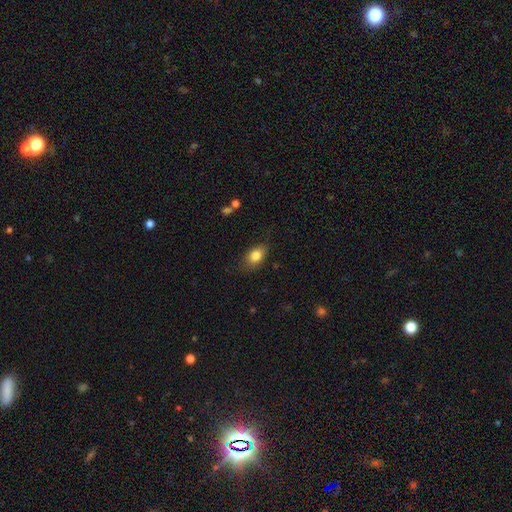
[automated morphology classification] A smooth galaxy with no disk features (82%) that is in between round and cigar-shaped (81%).

Vote fractions:
- Smooth or featured? smooth: 82% / featured or disk: 9% / star or artifact: 8%
- How rounded? in between: 81% / round: 16% / cigar-shaped: 2%
- Merging? none: 76% / minor disturbance: 18% / major disturbance: 4% / merger: 2%